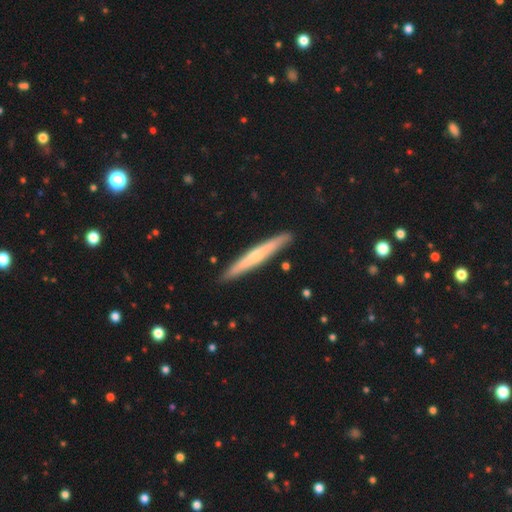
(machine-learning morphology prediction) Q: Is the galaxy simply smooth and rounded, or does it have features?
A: featured or disk — 50%.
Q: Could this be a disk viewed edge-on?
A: yes — 96%.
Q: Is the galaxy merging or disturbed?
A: none — 90%.